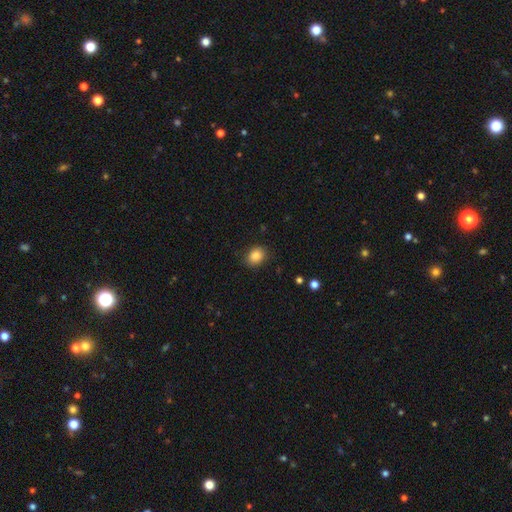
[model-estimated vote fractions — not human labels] Smooth or featured?
  - smooth: 86% *
  - star or artifact: 9%
  - featured or disk: 5%
How rounded?
  - round: 53% *
  - in between: 47%
  - cigar-shaped: 1%
Merging?
  - none: 86% *
  - minor disturbance: 10%
  - major disturbance: 3%
  - merger: 1%